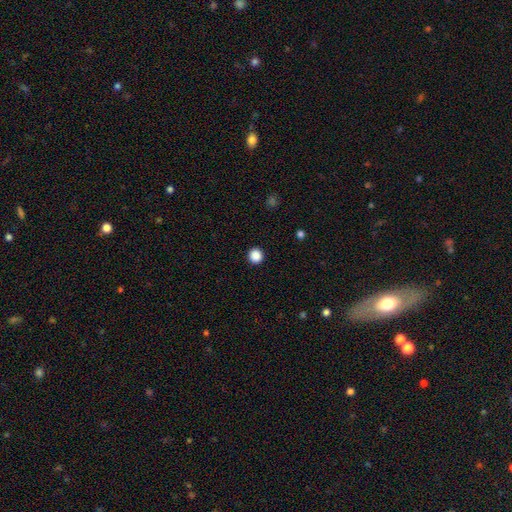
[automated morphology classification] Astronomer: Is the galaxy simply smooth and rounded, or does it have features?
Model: smooth — 88%.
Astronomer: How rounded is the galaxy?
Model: round — 93%.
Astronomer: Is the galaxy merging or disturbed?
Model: none — 93%.